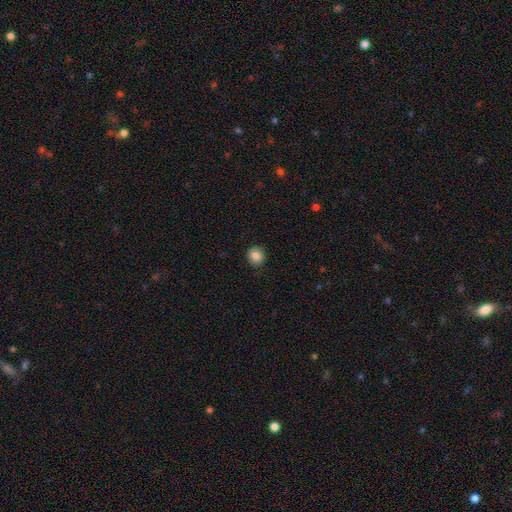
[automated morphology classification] Q: Smooth or featured?
A: smooth (85%); runner-up: star or artifact (10%)
Q: How rounded?
A: round (85%); runner-up: in between (14%)
Q: Merging?
A: none (89%); runner-up: minor disturbance (8%)